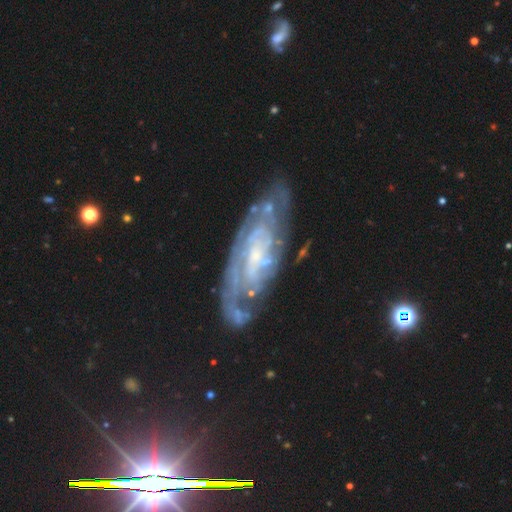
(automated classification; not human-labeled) smooth_or_featured: featured or disk (p=0.83) [alt: smooth p=0.10]
disk_edge_on: no (p=0.89) [alt: yes p=0.11]
bar: no (p=0.61) [alt: weak p=0.30]
has_spiral_arms: yes (p=0.91) [alt: no p=0.09]
spiral_winding: tight (p=0.62) [alt: medium p=0.30]
spiral_arm_count: can't tell (p=0.47) [alt: 2 p=0.22]
bulge_size: small (p=0.62) [alt: moderate p=0.18]
merging: none (p=0.66) [alt: minor disturbance p=0.21]